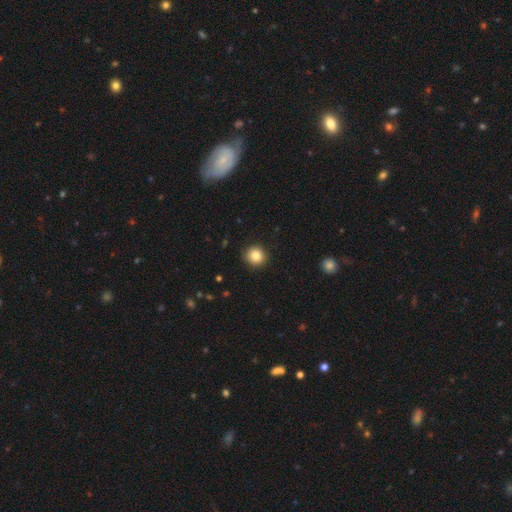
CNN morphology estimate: Smooth or featured? Predicted: smooth (p=0.84). How rounded? Predicted: round (p=0.93). Merging? Predicted: none (p=0.90).